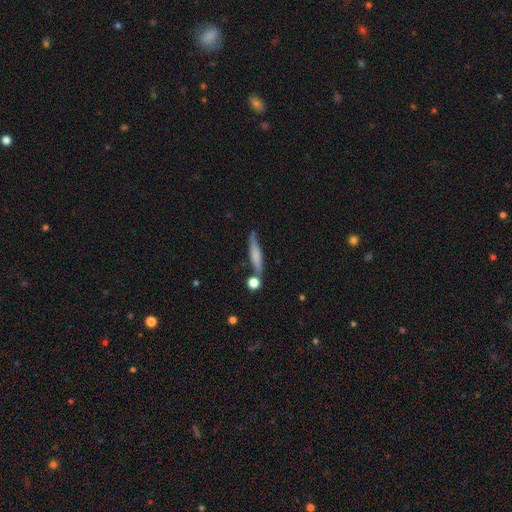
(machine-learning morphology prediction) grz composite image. It shows a smooth galaxy with no disk features (60%) that is cigar-shaped (87%). Merging: none (71%).